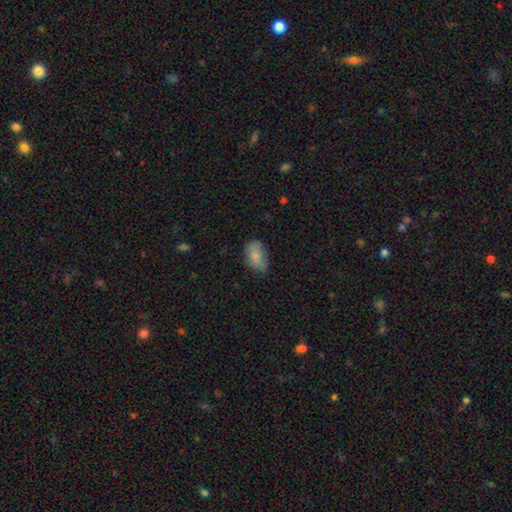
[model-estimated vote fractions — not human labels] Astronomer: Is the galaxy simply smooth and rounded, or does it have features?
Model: smooth — 81%.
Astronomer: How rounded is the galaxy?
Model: in between — 88%.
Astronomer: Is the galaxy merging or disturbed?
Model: none — 60%.